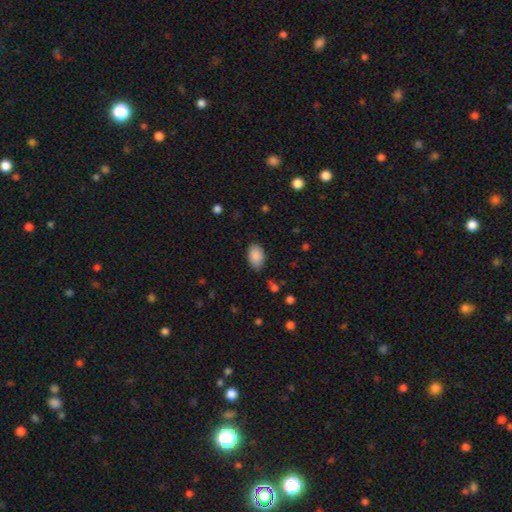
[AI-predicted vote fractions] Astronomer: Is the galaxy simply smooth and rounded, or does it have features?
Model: smooth — 88%.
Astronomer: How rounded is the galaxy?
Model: in between — 90%.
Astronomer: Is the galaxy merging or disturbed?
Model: none — 78%.